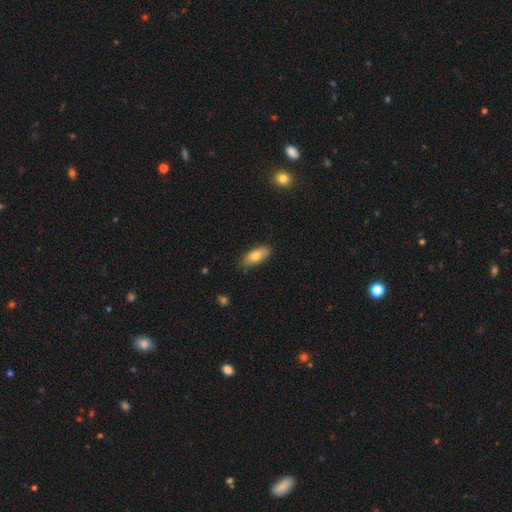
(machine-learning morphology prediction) Q: Smooth or featured?
A: smooth (76%); runner-up: featured or disk (17%)
Q: How rounded?
A: in between (85%); runner-up: cigar-shaped (12%)
Q: Merging?
A: none (83%); runner-up: minor disturbance (13%)